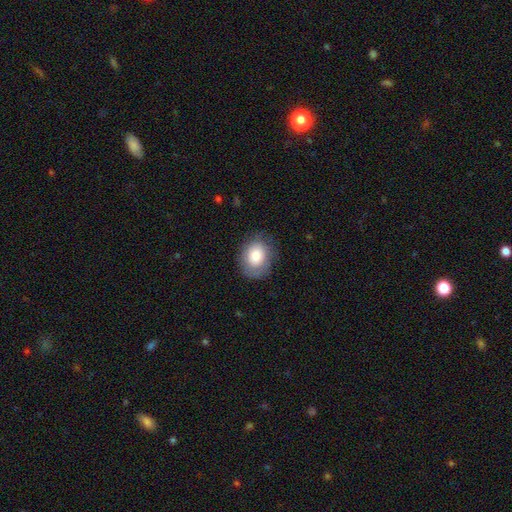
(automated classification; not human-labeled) A smooth galaxy with no disk features (80%) that is in between round and cigar-shaped (50%).

Vote fractions:
- Smooth or featured? smooth: 80% / featured or disk: 13% / star or artifact: 7%
- How rounded? in between: 50% / round: 49% / cigar-shaped: 1%
- Merging? none: 77% / minor disturbance: 17% / major disturbance: 5% / merger: 1%